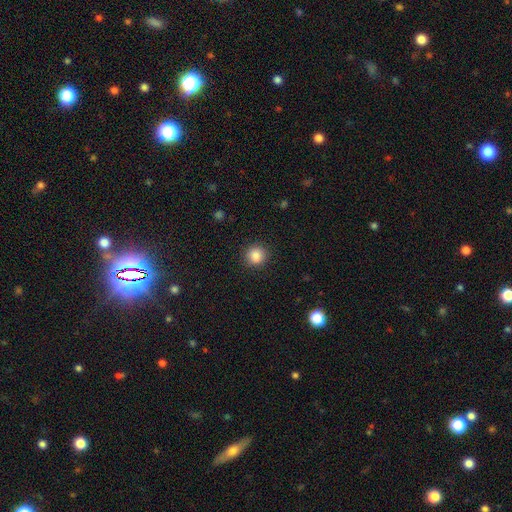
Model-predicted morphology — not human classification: Smooth or featured? smooth (86%)
How rounded? round (90%)
Merging? none (89%)